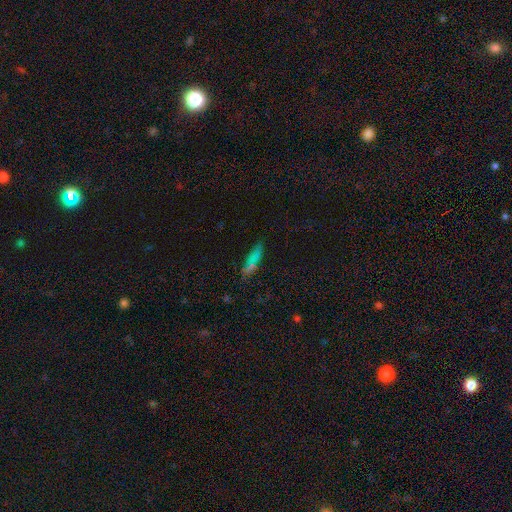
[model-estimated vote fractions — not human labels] smooth_or_featured: smooth (p=0.61) [alt: featured or disk p=0.21]
how_rounded: cigar-shaped (p=0.72) [alt: in between p=0.24]
merging: none (p=0.73) [alt: minor disturbance p=0.17]